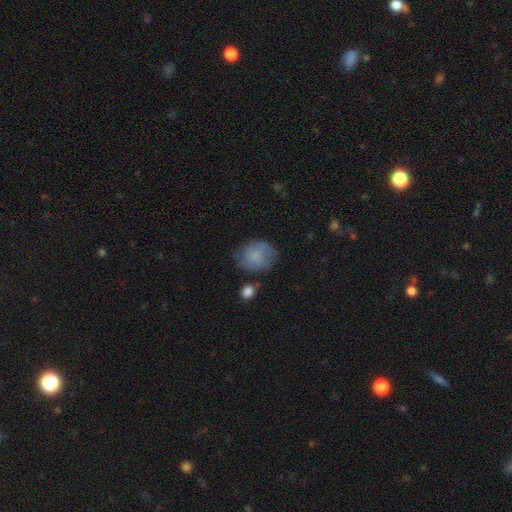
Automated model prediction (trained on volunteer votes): Smooth or featured? Predicted: smooth (p=0.72). How rounded? Predicted: round (p=0.60). Merging? Predicted: none (p=0.65).